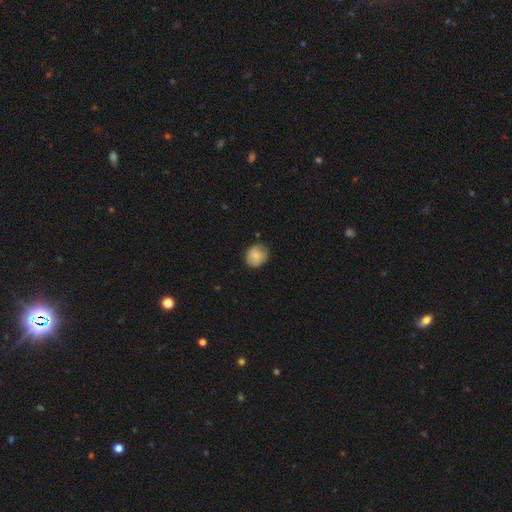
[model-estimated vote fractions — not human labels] This appears to be a smooth galaxy with no disk features (81%) that is round (76%). Merging: none (76%).